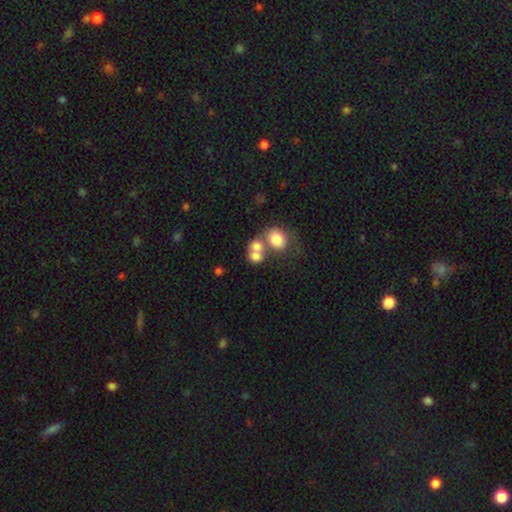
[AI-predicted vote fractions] This appears to be a smooth galaxy with no disk features (72%) that is round (62%). Merging: merger (61%).